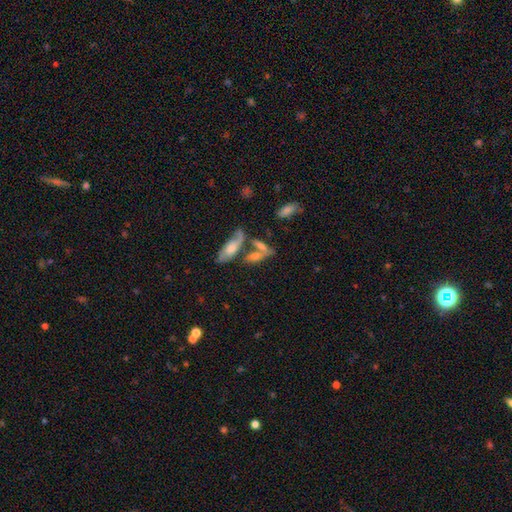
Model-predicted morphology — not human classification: smooth-or-featured: smooth: 45% | featured or disk: 42% | star or artifact: 13%
  merging: merger: 39% | none: 38% | minor disturbance: 14% | major disturbance: 9%